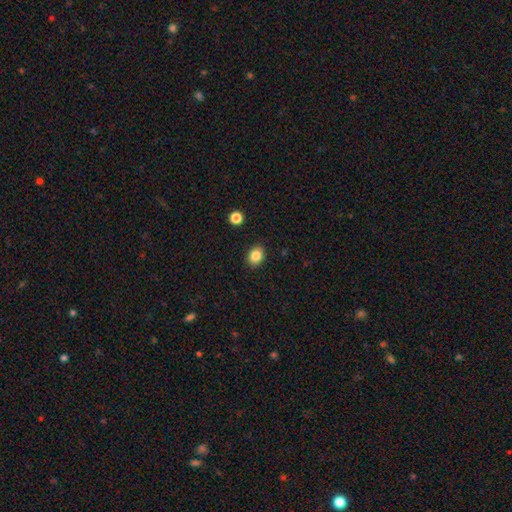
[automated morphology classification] Q: Smooth or featured?
A: smooth (85%); runner-up: star or artifact (10%)
Q: How rounded?
A: in between (55%); runner-up: round (44%)
Q: Merging?
A: none (89%); runner-up: minor disturbance (7%)